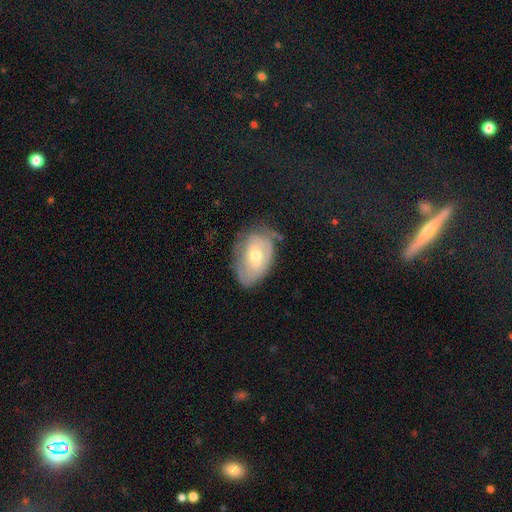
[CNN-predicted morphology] Smooth or featured? Predicted: featured or disk (p=0.50). Edge-on disk? Predicted: no (p=0.92). Merging? Predicted: none (p=0.59).